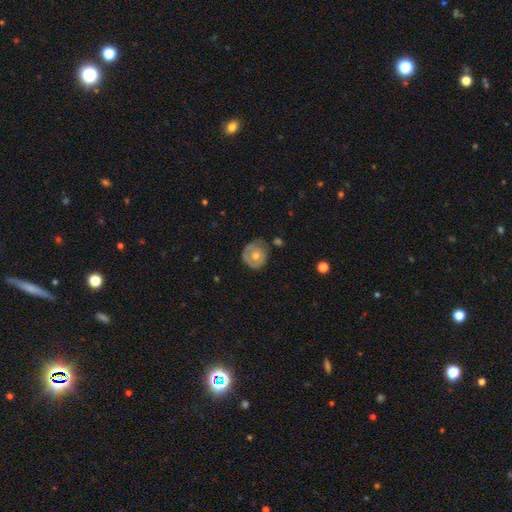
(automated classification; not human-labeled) Smooth or featured: featured or disk — 49% (smooth — 44%)
Merging: none — 66% (minor disturbance — 23%)